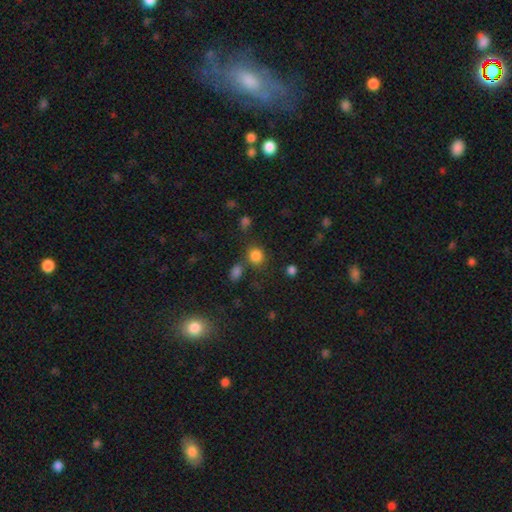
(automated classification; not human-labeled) Overall: smooth (82%). How rounded: round (81%). Merging: none (72%).